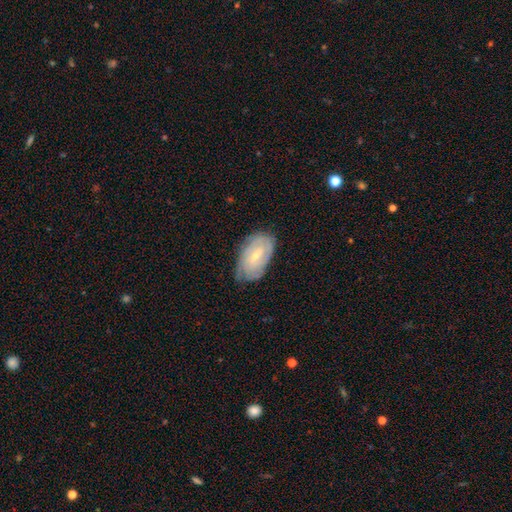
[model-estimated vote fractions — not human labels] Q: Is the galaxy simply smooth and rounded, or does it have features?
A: featured or disk — 67%.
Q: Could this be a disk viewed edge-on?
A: no — 95%.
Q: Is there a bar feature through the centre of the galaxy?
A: weak — 45%.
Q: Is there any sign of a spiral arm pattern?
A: yes — 84%.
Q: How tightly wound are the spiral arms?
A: tight — 70%.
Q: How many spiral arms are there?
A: can't tell — 53%.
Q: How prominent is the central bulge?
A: small — 68%.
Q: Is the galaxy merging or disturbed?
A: none — 69%.